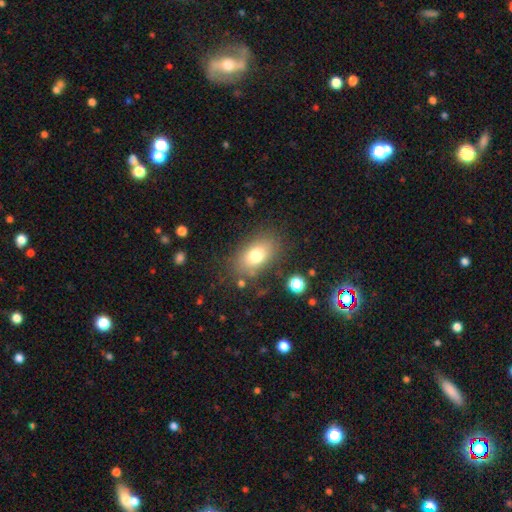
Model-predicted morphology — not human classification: This is likely a smooth galaxy (75%). How rounded: clearly in between (83%). Merging: likely none (79%).